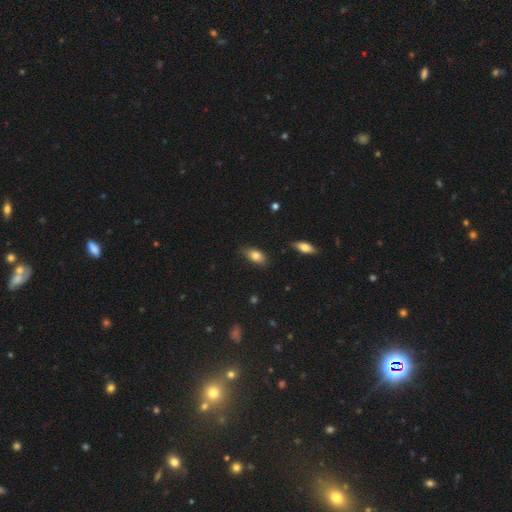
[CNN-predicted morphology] Smooth or featured? smooth (81%)
How rounded? in between (87%)
Merging? none (80%)